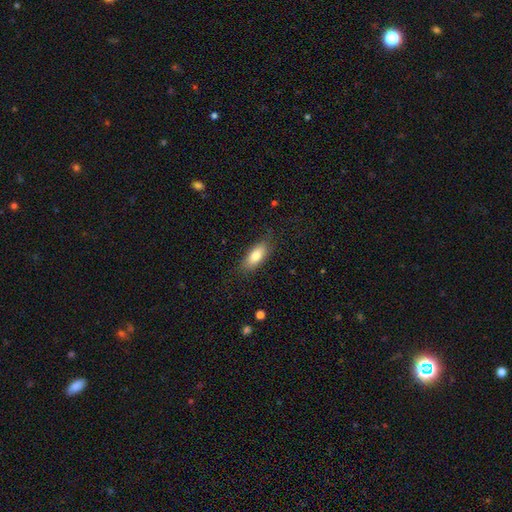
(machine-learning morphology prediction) Smooth or featured: smooth — 79% (featured or disk — 14%)
How rounded: in between — 81% (cigar-shaped — 16%)
Merging: none — 79% (minor disturbance — 15%)